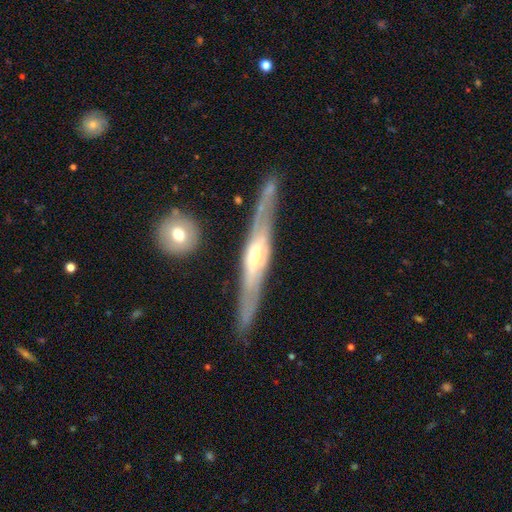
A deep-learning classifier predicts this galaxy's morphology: smooth_or_featured: featured or disk (p=0.78) [alt: smooth p=0.16]
disk_edge_on: yes (p=0.88) [alt: no p=0.12]
edge_on_bulge: rounded (p=0.63) [alt: none p=0.24]
merging: none (p=0.81) [alt: minor disturbance p=0.14]